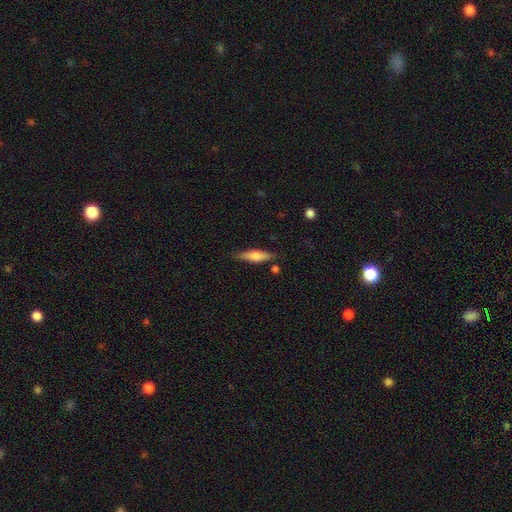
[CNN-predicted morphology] Smooth or featured?
  - smooth: 57% *
  - featured or disk: 37%
  - star or artifact: 6%
How rounded?
  - cigar-shaped: 56% *
  - in between: 42%
  - round: 3%
Merging?
  - none: 80% *
  - minor disturbance: 14%
  - major disturbance: 3%
  - merger: 3%